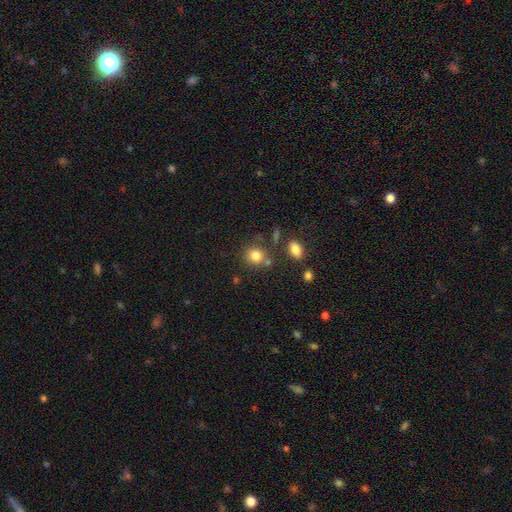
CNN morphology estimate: type=smooth (81%); roundness=round (81%); merging=none (69%).